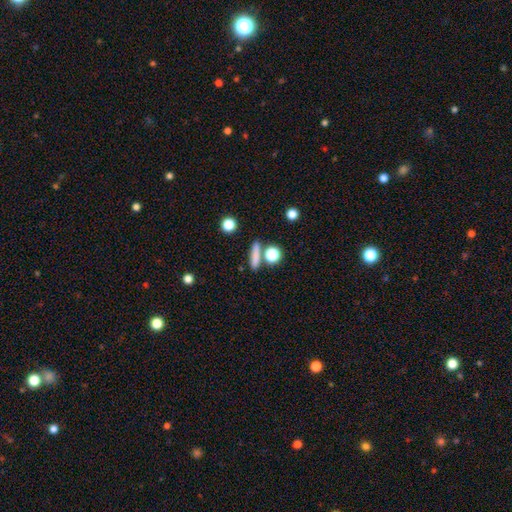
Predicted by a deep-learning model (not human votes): This appears to be a smooth galaxy with no disk features (77%) that is cigar-shaped (61%). Merging: none (75%).